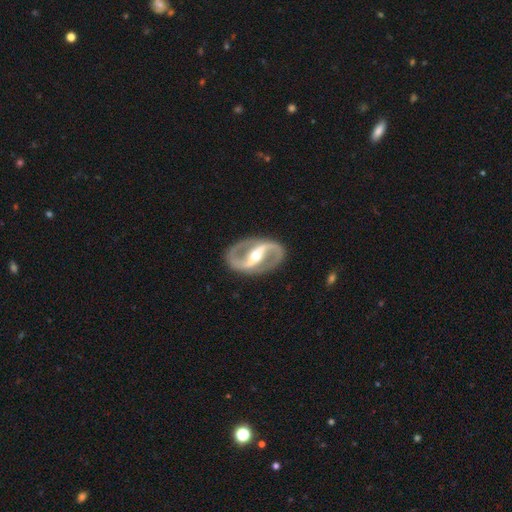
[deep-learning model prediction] A featured or disk galaxy (92%) with a strong bar (66%), 2 (94%) medium (55%) spiral arms (94%) and a moderate central bulge (62%).

Vote fractions:
- Smooth or featured? featured or disk: 92% / smooth: 4% / star or artifact: 4%
- Edge-on disk? no: 97% / yes: 3%
- Bar? strong: 66% / weak: 23% / no: 11%
- Spiral arms? yes: 94% / no: 6%
- Spiral winding? medium: 55% / loose: 25% / tight: 21%
- Spiral arm count? 2: 94% / can't tell: 2% / 1: 1% / 3: 1% / 4: 1% / more than 4: 1%
- Bulge size? moderate: 62% / small: 33% / large: 3% / none: 1% / dominant: 1%
- Merging? none: 88% / minor disturbance: 8% / major disturbance: 3% / merger: 1%